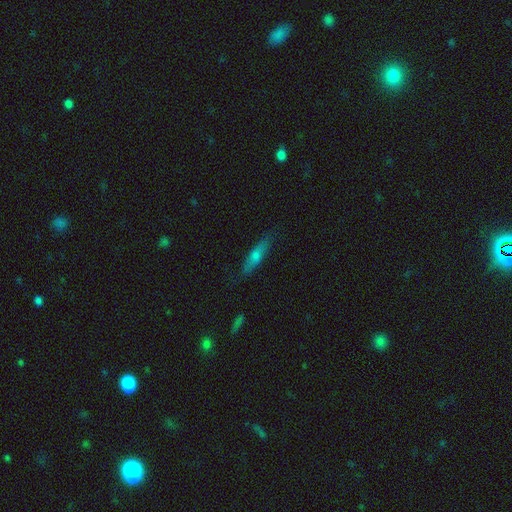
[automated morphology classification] This appears to be a smooth galaxy with no disk features (52%) that is cigar-shaped (77%). Merging: none (82%).